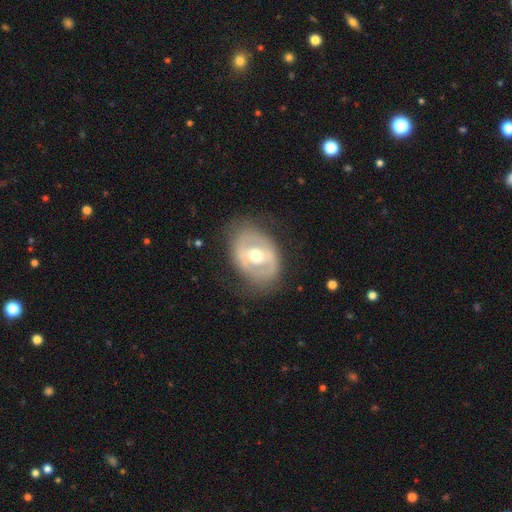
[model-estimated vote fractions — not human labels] Q: Smooth or featured?
A: featured or disk (63%); runner-up: smooth (31%)
Q: Edge-on disk?
A: no (94%); runner-up: yes (6%)
Q: Bar?
A: no (47%); runner-up: weak (32%)
Q: Spiral arms?
A: no (75%); runner-up: yes (25%)
Q: Bulge size?
A: moderate (70%); runner-up: large (21%)
Q: Merging?
A: none (75%); runner-up: minor disturbance (16%)